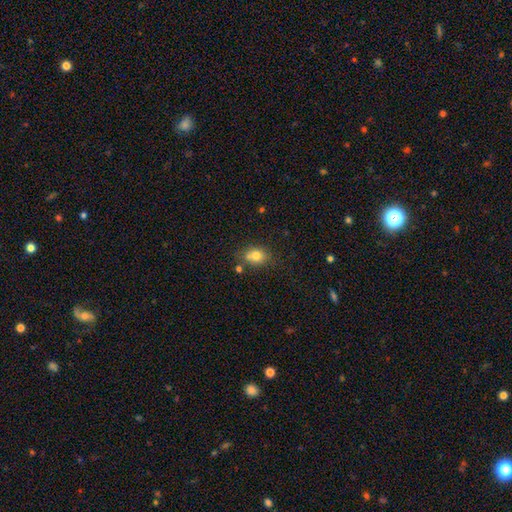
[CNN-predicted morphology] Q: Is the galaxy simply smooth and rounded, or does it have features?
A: smooth — 77%.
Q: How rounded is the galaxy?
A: in between — 59%.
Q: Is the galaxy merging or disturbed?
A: none — 63%.